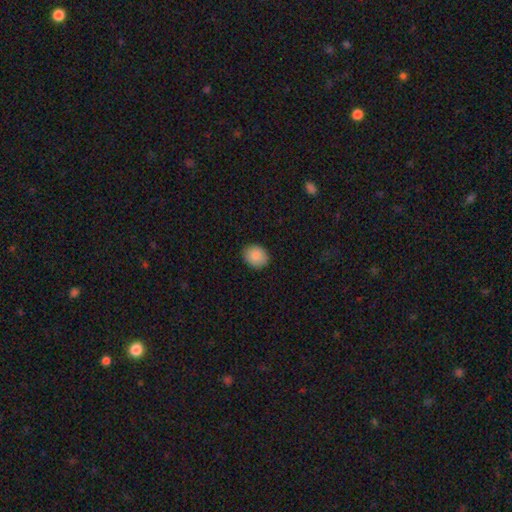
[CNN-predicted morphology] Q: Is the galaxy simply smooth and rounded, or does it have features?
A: smooth — 89%.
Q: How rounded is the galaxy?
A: round — 65%.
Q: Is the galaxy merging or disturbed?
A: none — 88%.